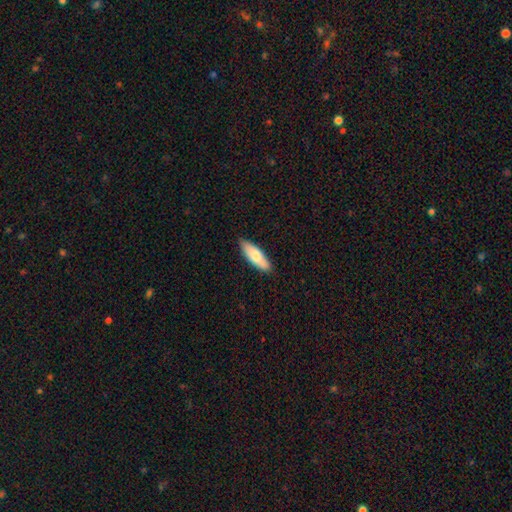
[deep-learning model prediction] Overall: smooth (70%). How rounded: in between (61%; cigar-shaped 37%). Merging: none (86%).